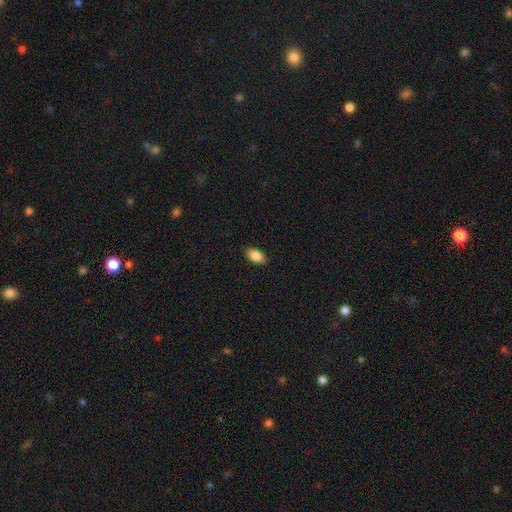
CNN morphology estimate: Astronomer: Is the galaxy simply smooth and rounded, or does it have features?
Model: smooth — 87%.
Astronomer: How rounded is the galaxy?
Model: in between — 92%.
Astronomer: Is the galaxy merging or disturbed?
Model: none — 88%.